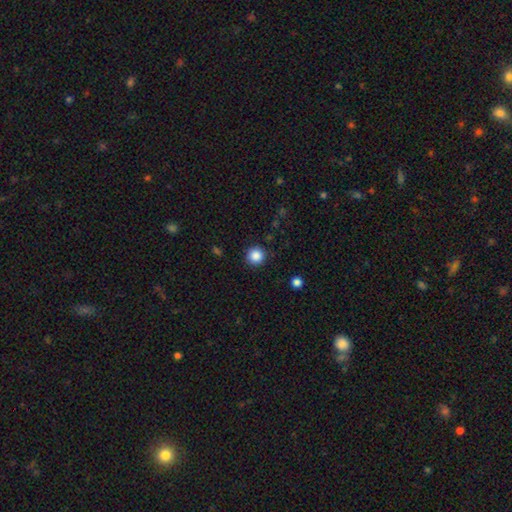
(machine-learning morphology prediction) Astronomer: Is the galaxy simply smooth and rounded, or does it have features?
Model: smooth — 86%.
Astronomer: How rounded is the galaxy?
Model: round — 95%.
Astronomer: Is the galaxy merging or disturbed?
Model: none — 90%.